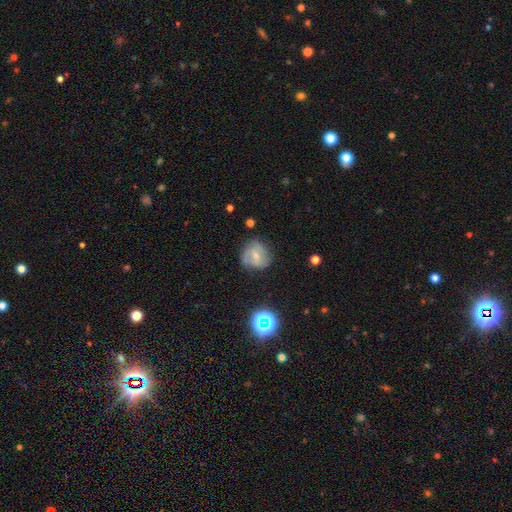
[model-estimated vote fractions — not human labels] Q: Smooth or featured?
A: featured or disk (55%); runner-up: smooth (34%)
Q: Edge-on disk?
A: no (97%); runner-up: yes (3%)
Q: Bar?
A: no (49%); runner-up: weak (40%)
Q: Spiral arms?
A: yes (78%); runner-up: no (22%)
Q: Bulge size?
A: small (52%); runner-up: moderate (42%)
Q: Merging?
A: none (59%); runner-up: minor disturbance (27%)